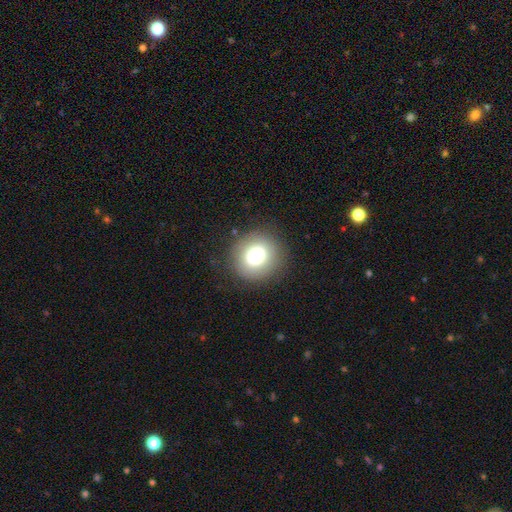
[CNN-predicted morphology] A smooth galaxy with no disk features (78%) that is round (88%). Merging: none (87%).